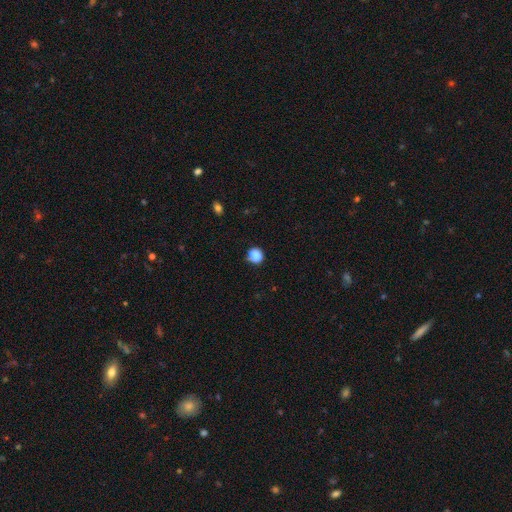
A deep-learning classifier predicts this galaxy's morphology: type=smooth (84%); roundness=round (84%); merging=none (63%).